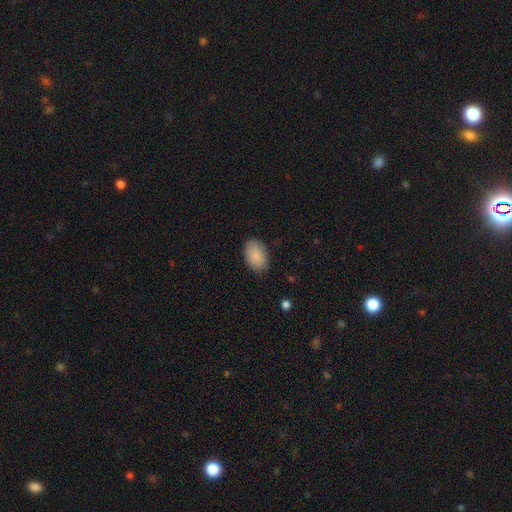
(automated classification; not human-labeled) Smooth or featured? smooth (88%)
How rounded? in between (90%)
Merging? none (86%)